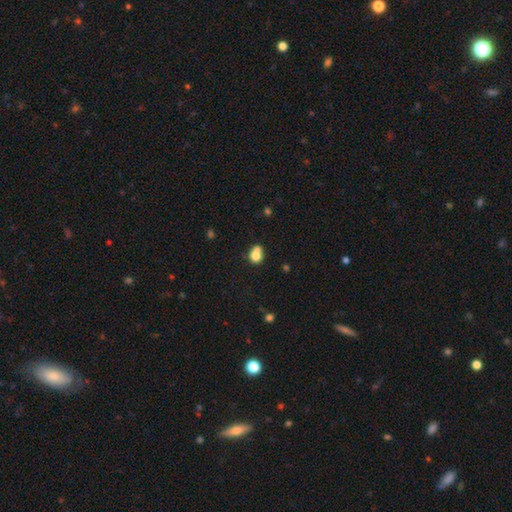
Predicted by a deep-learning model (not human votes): Q: Smooth or featured?
A: smooth (75%); runner-up: featured or disk (14%)
Q: How rounded?
A: round (68%); runner-up: in between (31%)
Q: Merging?
A: merger (50%); runner-up: none (34%)